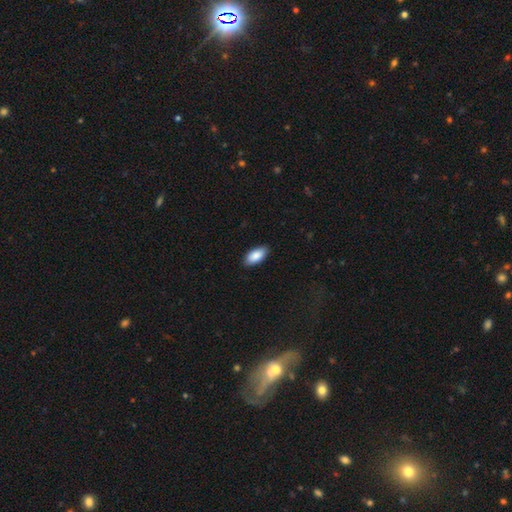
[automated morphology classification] type=smooth (88%); roundness=in between (93%); merging=none (87%).